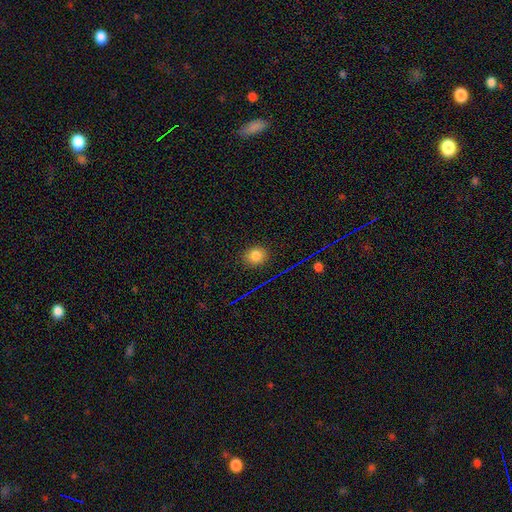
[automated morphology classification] Q: Smooth or featured?
A: smooth (77%); runner-up: star or artifact (15%)
Q: How rounded?
A: round (61%); runner-up: in between (38%)
Q: Merging?
A: none (87%); runner-up: minor disturbance (10%)